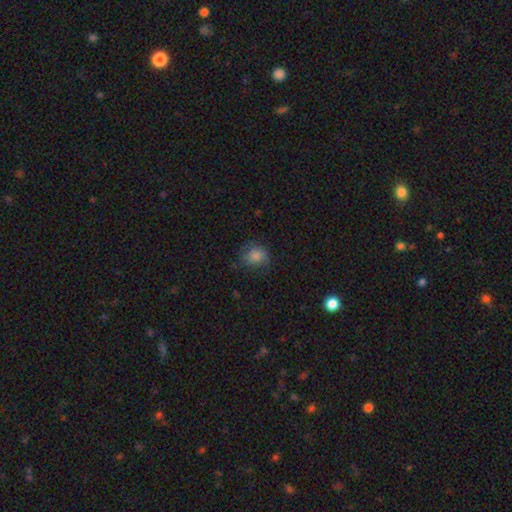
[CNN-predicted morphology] Q: Smooth or featured?
A: smooth (74%); runner-up: featured or disk (14%)
Q: How rounded?
A: round (65%); runner-up: in between (34%)
Q: Merging?
A: none (66%); runner-up: minor disturbance (23%)